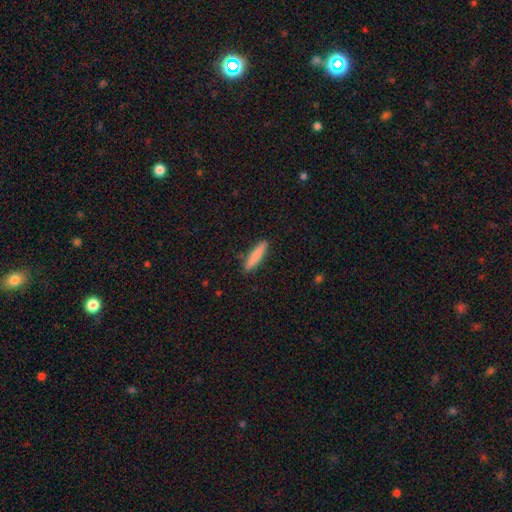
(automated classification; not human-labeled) This appears to be a smooth galaxy with no disk features (84%) that is cigar-shaped (87%). Merging: none (88%).